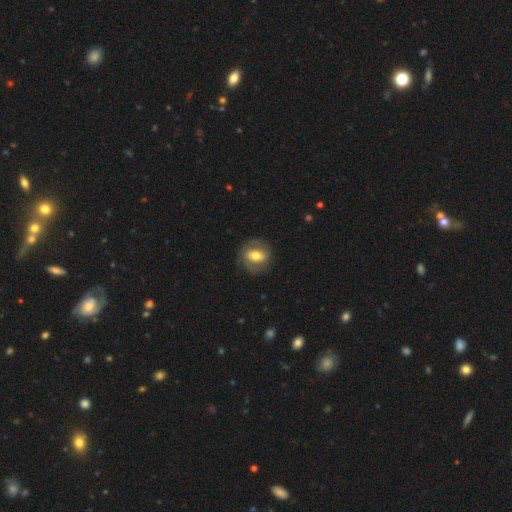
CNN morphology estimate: Overall: featured or disk (51%; smooth 43%). Edge-on disk: no (94%). Merging: none (79%).